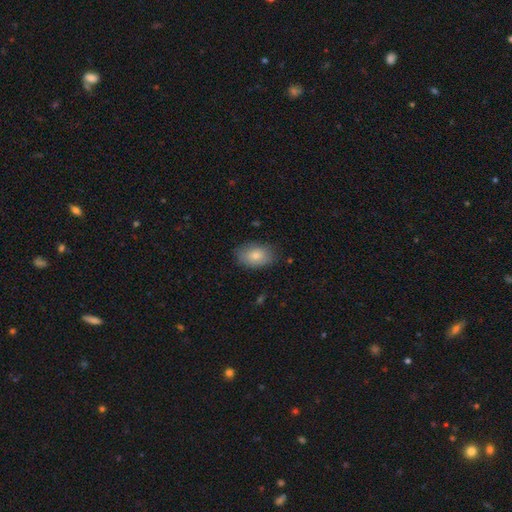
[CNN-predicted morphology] smooth 81%, featured or disk 12%, star or artifact 7%. Down the decision tree: how rounded — in between (87%); merging — none (78%).